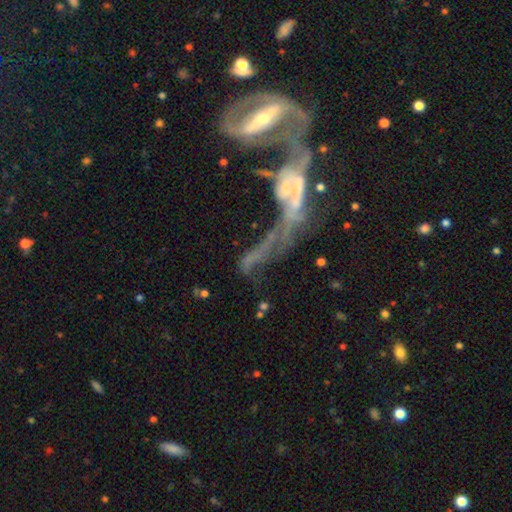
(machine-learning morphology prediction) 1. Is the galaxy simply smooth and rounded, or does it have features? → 62% featured or disk, 20% smooth, 18% star or artifact.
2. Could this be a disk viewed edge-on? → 75% no, 25% yes.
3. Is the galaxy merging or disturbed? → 61% merger, 22% major disturbance, 10% none, 7% minor disturbance.